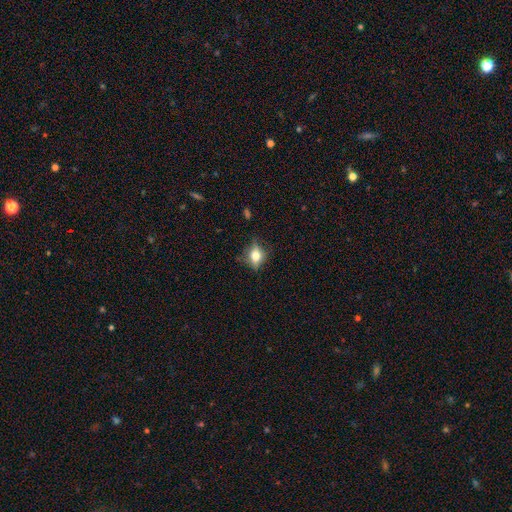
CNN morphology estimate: Q: Smooth or featured?
A: smooth (63%); runner-up: featured or disk (25%)
Q: How rounded?
A: in between (53%); runner-up: round (43%)
Q: Merging?
A: none (68%); runner-up: minor disturbance (23%)